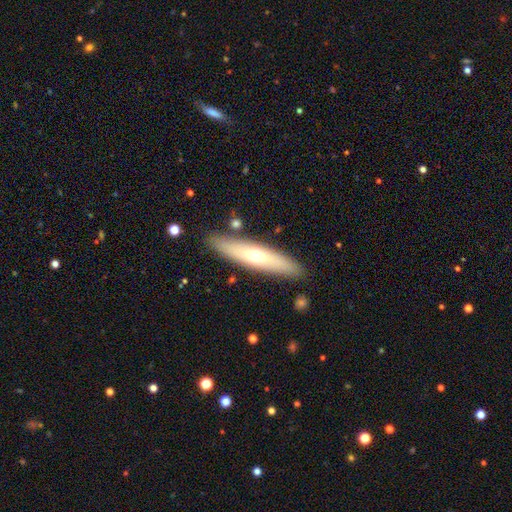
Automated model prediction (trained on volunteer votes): This is possibly a smooth galaxy (51%). How rounded: likely cigar-shaped (80%). Merging: clearly none (86%).